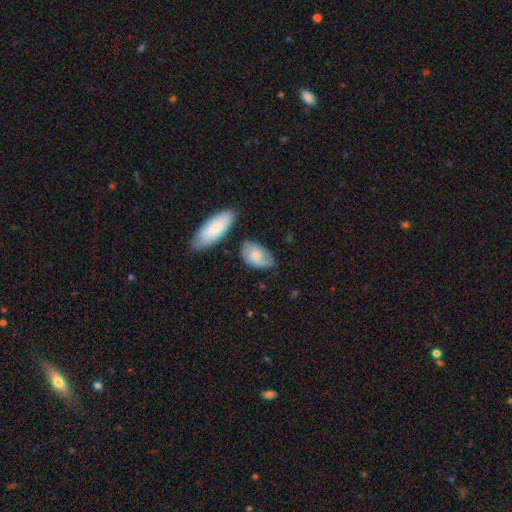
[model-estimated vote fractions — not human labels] This appears to be a smooth galaxy with no disk features (56%) that is in between round and cigar-shaped (89%). Merging: none (59%).